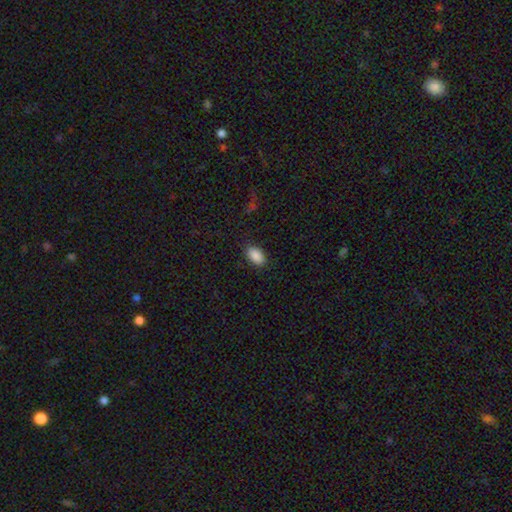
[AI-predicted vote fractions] Morphology: type=smooth (89%); roundness=in between (93%); merging=none (87%).